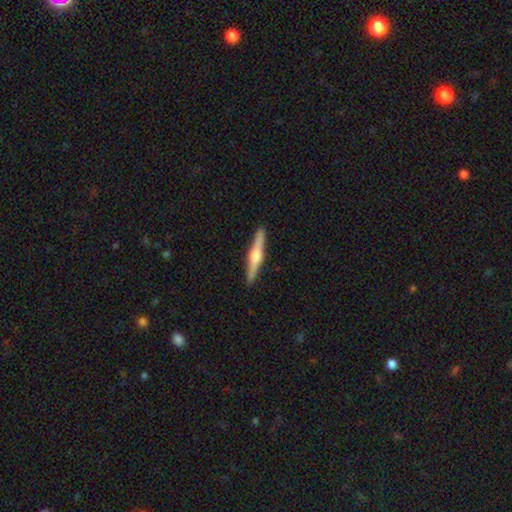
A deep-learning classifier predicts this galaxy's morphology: smooth_or_featured: featured or disk (p=0.70) [alt: smooth p=0.25]
disk_edge_on: yes (p=0.98) [alt: no p=0.02]
edge_on_bulge: rounded (p=0.91) [alt: boxy p=0.05]
merging: none (p=0.92) [alt: minor disturbance p=0.06]